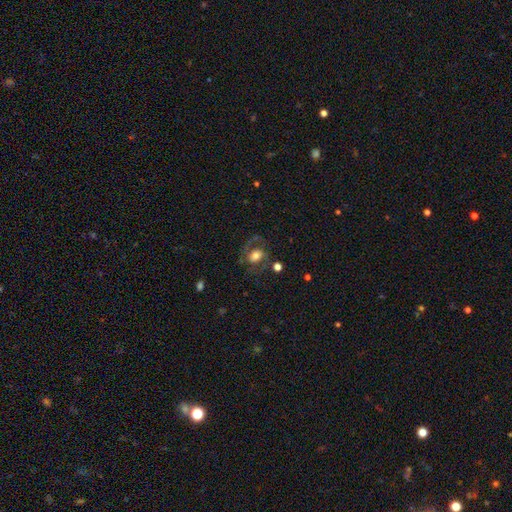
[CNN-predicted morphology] A featured or disk galaxy (55%) with no bar (56%), spiral arms (73%) and a moderate central bulge (53%).

Vote fractions:
- Smooth or featured? featured or disk: 55% / smooth: 36% / star or artifact: 9%
- Edge-on disk? no: 96% / yes: 4%
- Bar? no: 56% / weak: 31% / strong: 13%
- Spiral arms? yes: 73% / no: 27%
- Bulge size? moderate: 53% / large: 27% / small: 15% / dominant: 3% / none: 2%
- Merging? none: 58% / major disturbance: 20% / minor disturbance: 17% / merger: 4%